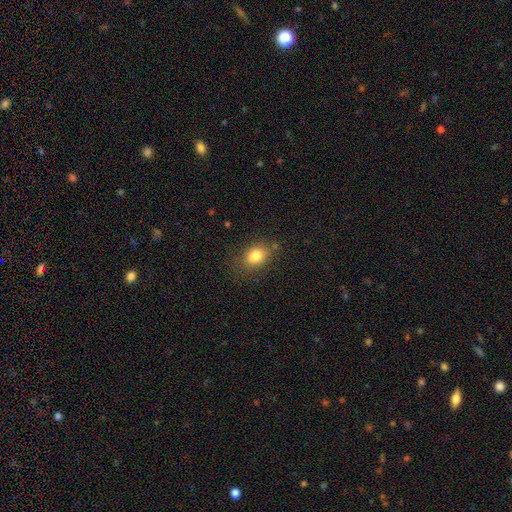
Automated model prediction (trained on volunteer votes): A smooth galaxy with no disk features (81%) that is in between round and cigar-shaped (64%). Merging: none (78%).